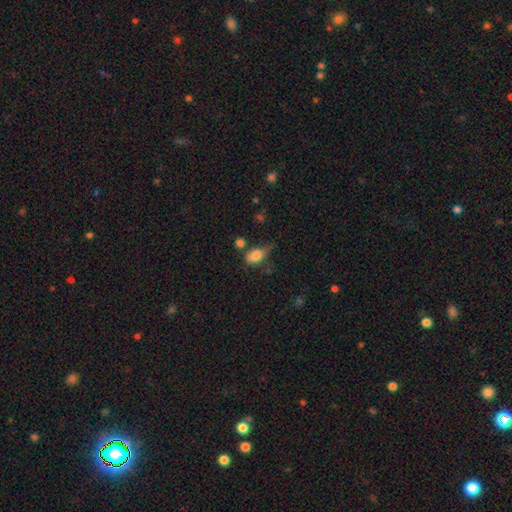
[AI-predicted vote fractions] Smooth or featured? Predicted: smooth (p=0.79). How rounded? Predicted: in between (p=0.82). Merging? Predicted: none (p=0.37).